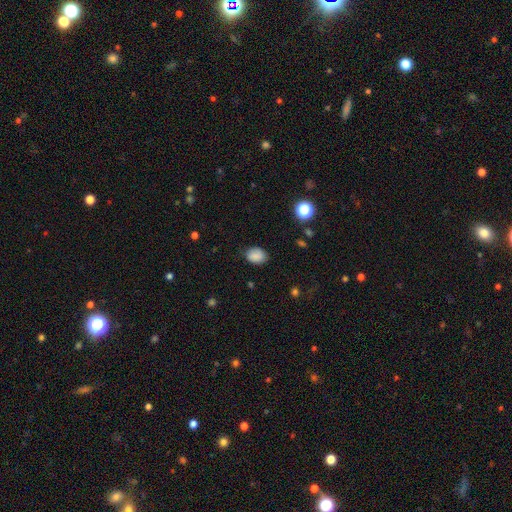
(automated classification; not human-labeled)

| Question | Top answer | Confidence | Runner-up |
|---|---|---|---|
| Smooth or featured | smooth | 86% | star or artifact (9%) |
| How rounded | in between | 68% | round (31%) |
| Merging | none | 79% | minor disturbance (17%) |